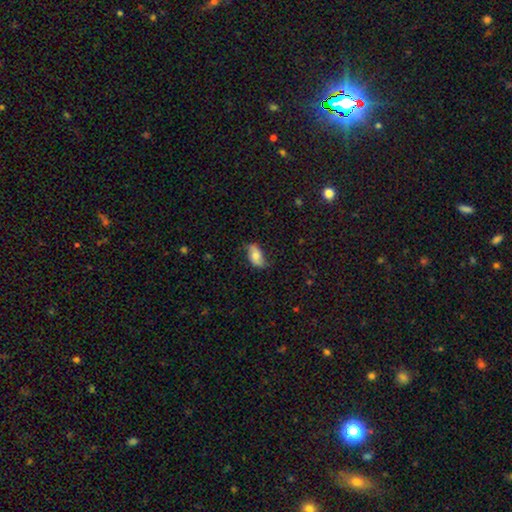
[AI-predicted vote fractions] Smooth or featured? smooth (65%)
How rounded? in between (92%)
Merging? none (69%)